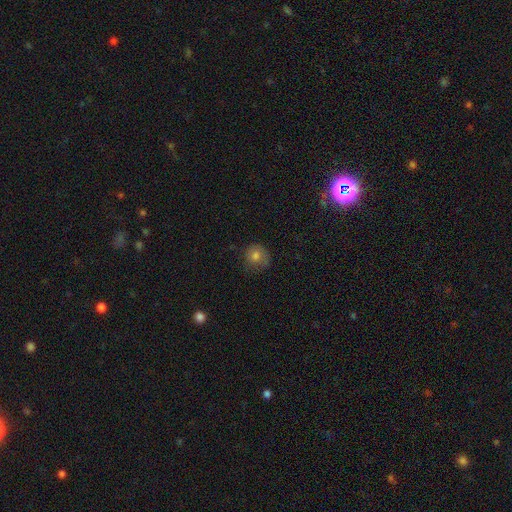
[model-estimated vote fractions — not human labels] Smooth or featured: smooth — 74% (featured or disk — 15%)
How rounded: round — 86% (in between — 13%)
Merging: none — 63% (minor disturbance — 24%)